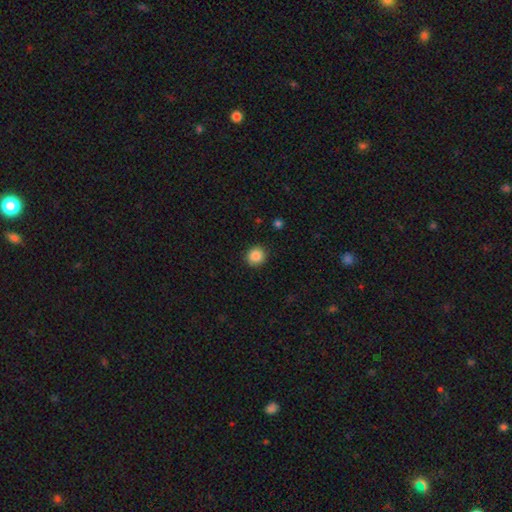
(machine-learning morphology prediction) Smooth or featured? Predicted: smooth (p=0.87). How rounded? Predicted: round (p=0.89). Merging? Predicted: none (p=0.91).